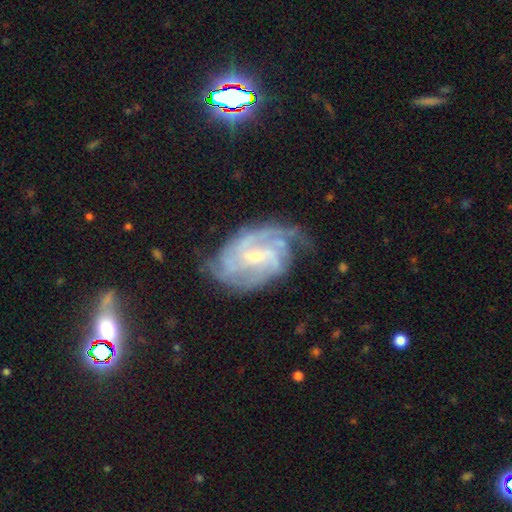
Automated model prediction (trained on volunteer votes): Smooth or featured? Predicted: featured or disk (p=0.89). Edge-on disk? Predicted: no (p=0.97). Bar? Predicted: weak (p=0.54). Spiral arms? Predicted: yes (p=0.97). Spiral winding? Predicted: tight (p=0.52). Spiral arm count? Predicted: can't tell (p=0.24, tied with 3). Bulge size? Predicted: small (p=0.55). Merging? Predicted: none (p=0.66).